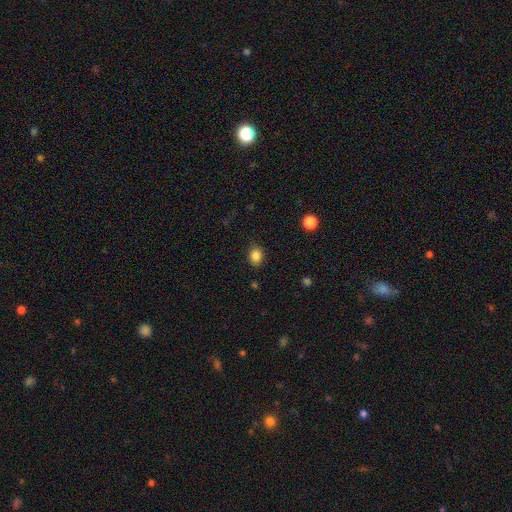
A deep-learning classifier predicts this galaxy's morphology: A smooth galaxy with no disk features (85%) that is in between round and cigar-shaped (54%).

Vote fractions:
- Smooth or featured? smooth: 85% / star or artifact: 11% / featured or disk: 5%
- How rounded? in between: 54% / round: 45% / cigar-shaped: 1%
- Merging? none: 83% / minor disturbance: 13% / major disturbance: 3% / merger: 1%